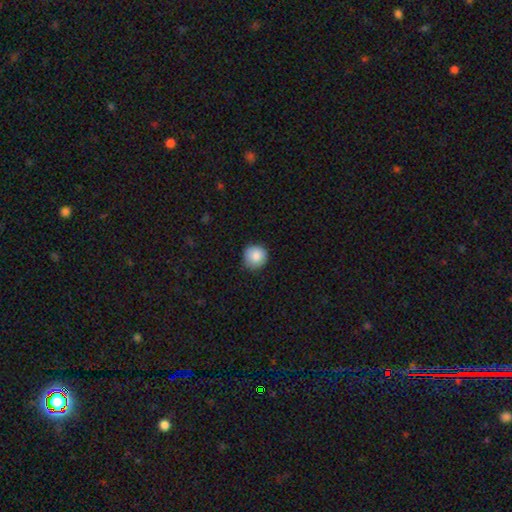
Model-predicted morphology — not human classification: smooth_or_featured: smooth (p=0.87) [alt: star or artifact p=0.08]
how_rounded: round (p=0.93) [alt: in between p=0.06]
merging: none (p=0.84) [alt: minor disturbance p=0.13]